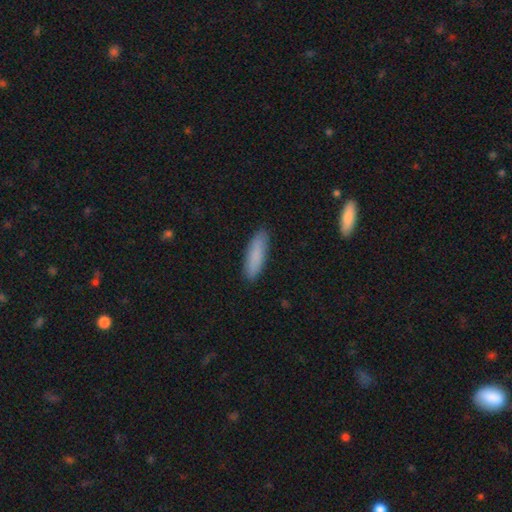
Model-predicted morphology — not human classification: smooth 86%, featured or disk 8%, star or artifact 6%. Down the decision tree: how rounded — cigar-shaped (59%); merging — none (88%).